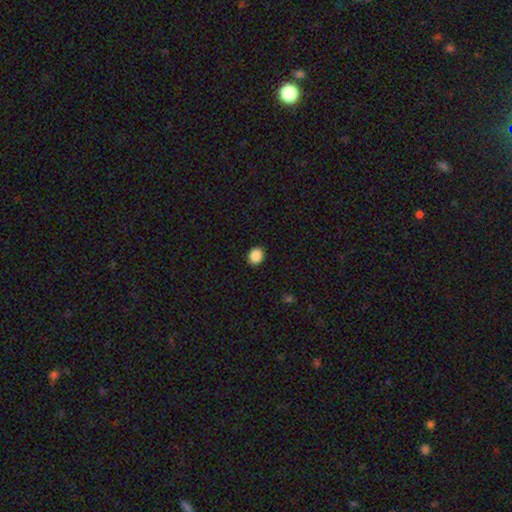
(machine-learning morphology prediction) Smooth or featured: smooth — 89% (star or artifact — 9%)
How rounded: round — 57% (in between — 42%)
Merging: none — 91% (minor disturbance — 7%)